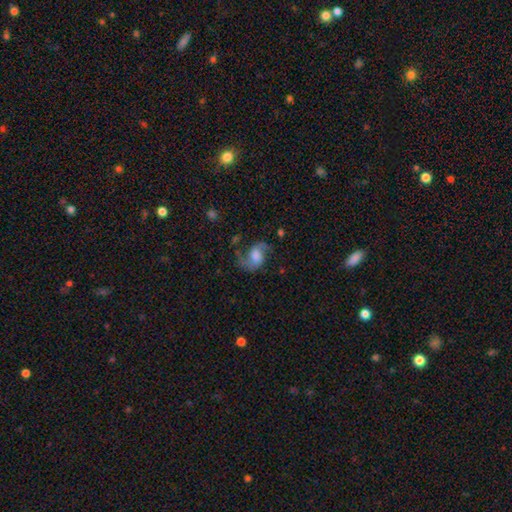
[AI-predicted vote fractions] Overall: featured or disk (78%). Edge-on disk: no (98%). Bar: no (53%; weak 38%). Spiral arms: yes (95%). Spiral arm count: 2 (90%). Spiral winding: loose (55%; medium 37%). Bulge size: large (38%; moderate 29%). Merging: none (64%).